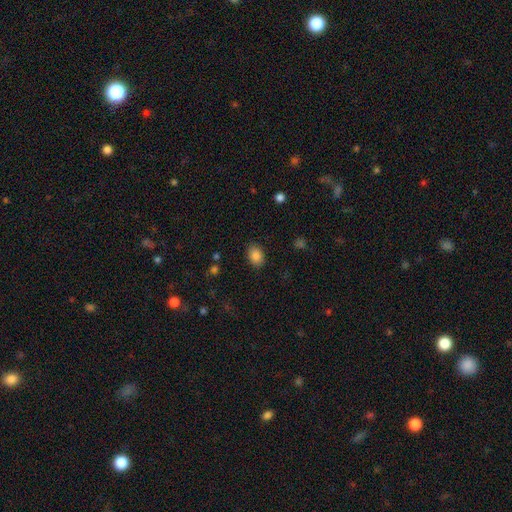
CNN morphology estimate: Smooth or featured?
  - smooth: 87% *
  - star or artifact: 9%
  - featured or disk: 5%
How rounded?
  - in between: 75% *
  - round: 24%
  - cigar-shaped: 1%
Merging?
  - none: 86% *
  - minor disturbance: 10%
  - major disturbance: 3%
  - merger: 1%